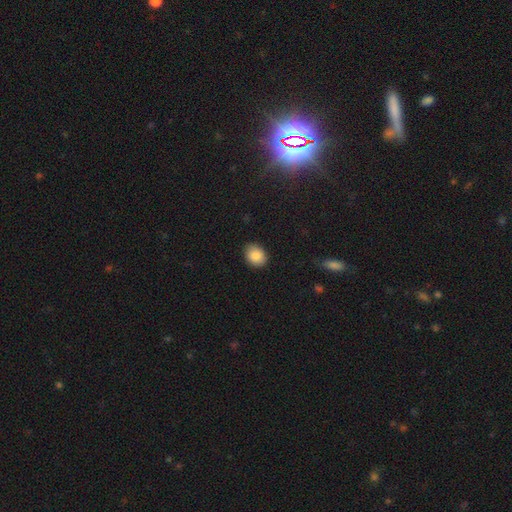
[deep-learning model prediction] Q: Smooth or featured?
A: smooth (88%); runner-up: star or artifact (8%)
Q: How rounded?
A: in between (51%); runner-up: round (48%)
Q: Merging?
A: none (87%); runner-up: minor disturbance (10%)